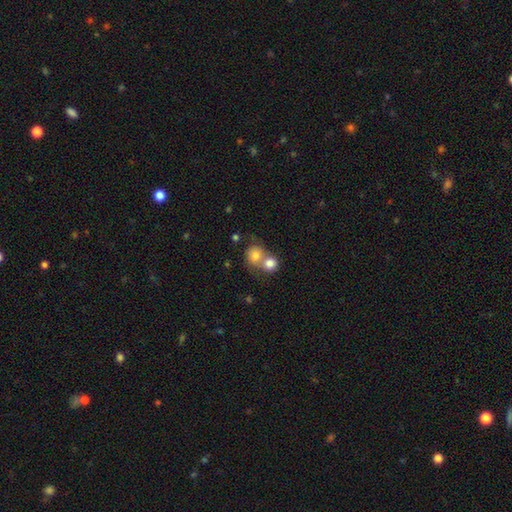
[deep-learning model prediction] smooth-or-featured: smooth: 77% | featured or disk: 14% | star or artifact: 9%
  how-rounded: round: 80% | in between: 19% | cigar-shaped: 1%
  merging: merger: 58% | none: 30% | minor disturbance: 7% | major disturbance: 4%